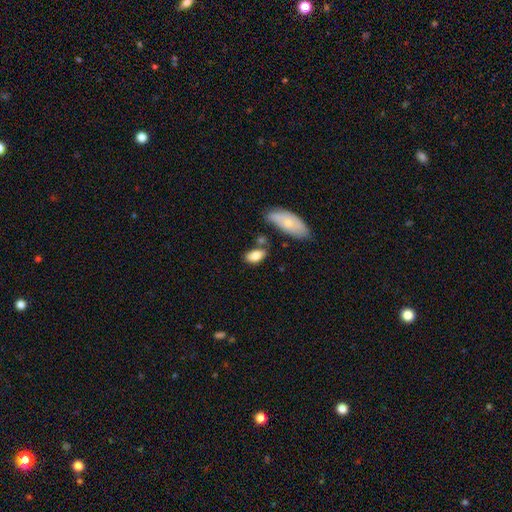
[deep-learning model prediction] Smooth or featured?
  - smooth: 82% *
  - featured or disk: 10%
  - star or artifact: 7%
How rounded?
  - in between: 90% *
  - round: 5%
  - cigar-shaped: 5%
Merging?
  - none: 58% *
  - minor disturbance: 22%
  - merger: 14%
  - major disturbance: 6%